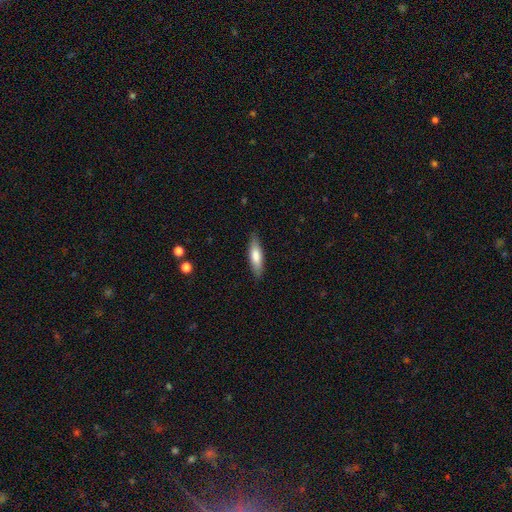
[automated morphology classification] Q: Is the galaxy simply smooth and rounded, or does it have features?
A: smooth — 73%.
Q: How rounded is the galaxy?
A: cigar-shaped — 64%.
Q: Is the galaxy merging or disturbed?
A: none — 86%.